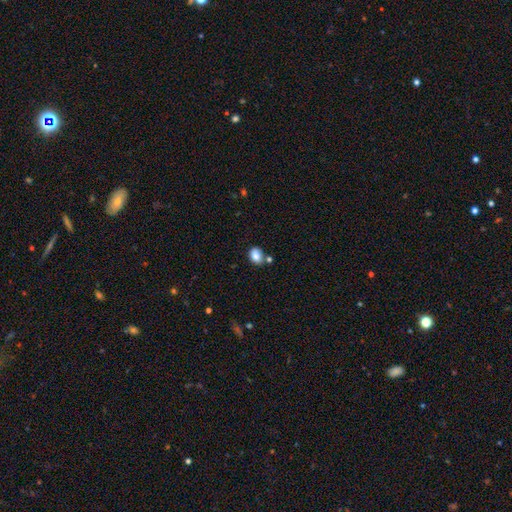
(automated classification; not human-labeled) smooth_or_featured: smooth (p=0.84) [alt: star or artifact p=0.09]
how_rounded: in between (p=0.65) [alt: round p=0.34]
merging: none (p=0.68) [alt: minor disturbance p=0.15]